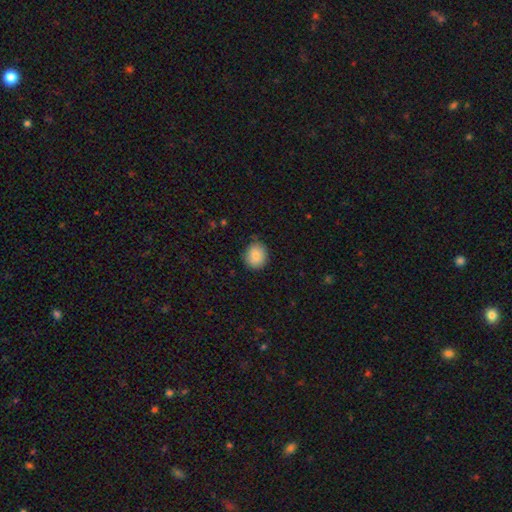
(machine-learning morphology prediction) smooth 86%, star or artifact 8%, featured or disk 6%. Down the decision tree: how rounded — round (75%); merging — none (80%).